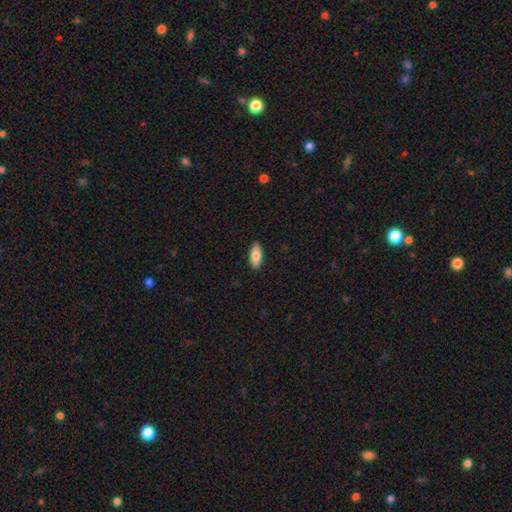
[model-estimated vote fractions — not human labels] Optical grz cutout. It shows a smooth galaxy with no disk features (79%) that is in between round and cigar-shaped (82%). Merging: none (90%).